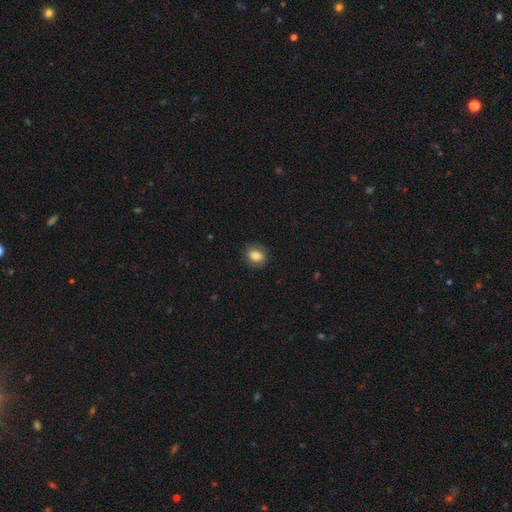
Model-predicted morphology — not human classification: Smooth or featured? Predicted: smooth (p=0.80). How rounded? Predicted: round (p=0.54). Merging? Predicted: none (p=0.83).